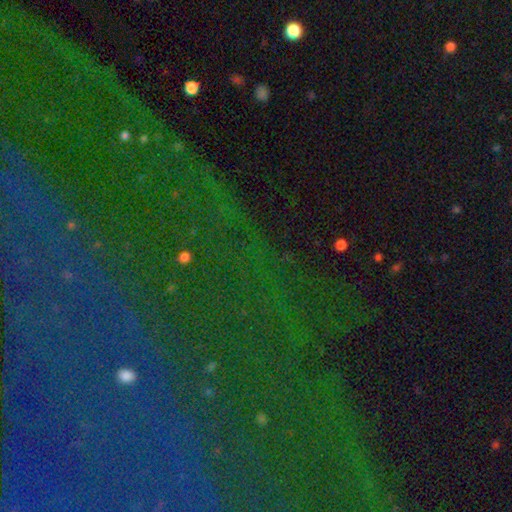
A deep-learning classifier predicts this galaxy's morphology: Q: Smooth or featured?
A: star or artifact (80%); runner-up: smooth (10%)